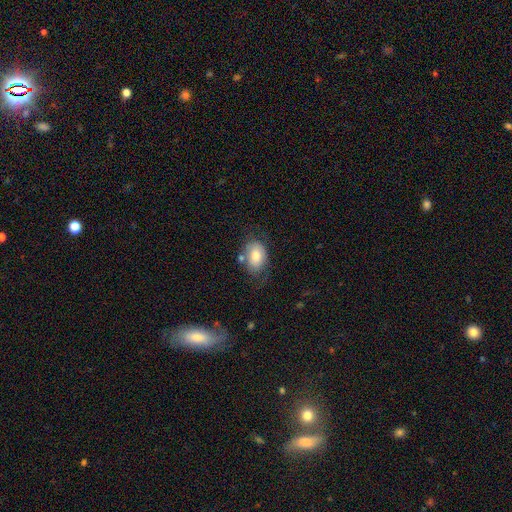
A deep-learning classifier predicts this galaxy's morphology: Smooth or featured?
  - smooth: 73% *
  - featured or disk: 19%
  - star or artifact: 7%
How rounded?
  - in between: 84% *
  - round: 15%
  - cigar-shaped: 1%
Merging?
  - none: 55% *
  - minor disturbance: 26%
  - major disturbance: 12%
  - merger: 8%